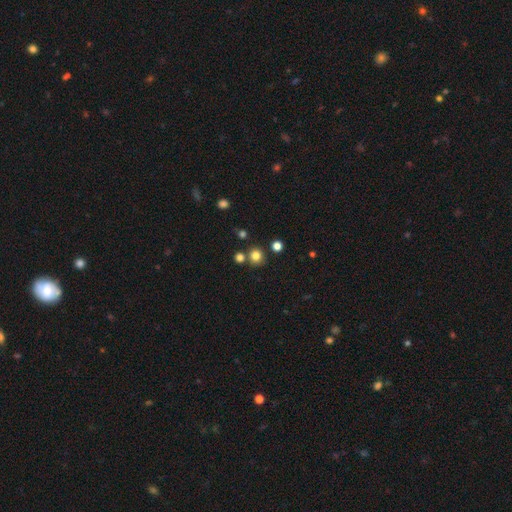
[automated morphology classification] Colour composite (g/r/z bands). It shows a smooth galaxy with no disk features (80%) that is round (90%). Merging: none (78%).